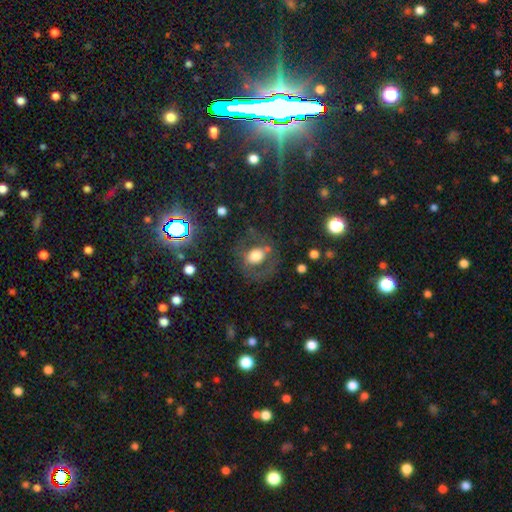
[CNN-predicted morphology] Smooth or featured?
  - smooth: 53% *
  - featured or disk: 33%
  - star or artifact: 14%
How rounded?
  - round: 59% *
  - in between: 40%
  - cigar-shaped: 1%
Merging?
  - none: 63% *
  - minor disturbance: 18%
  - major disturbance: 17%
  - merger: 3%